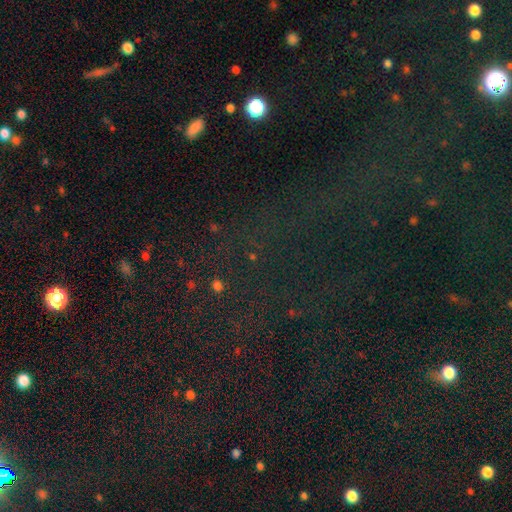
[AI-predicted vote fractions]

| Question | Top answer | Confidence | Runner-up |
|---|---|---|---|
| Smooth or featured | star or artifact | 75% | smooth (15%) |